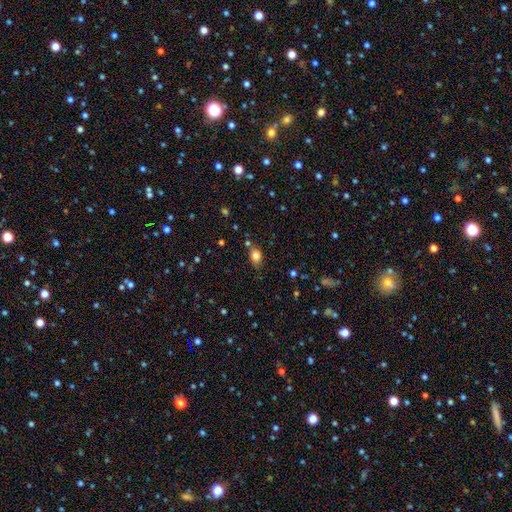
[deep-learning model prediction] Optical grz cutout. It shows a smooth galaxy with no disk features (81%) that is in between round and cigar-shaped (64%). Merging: none (73%).